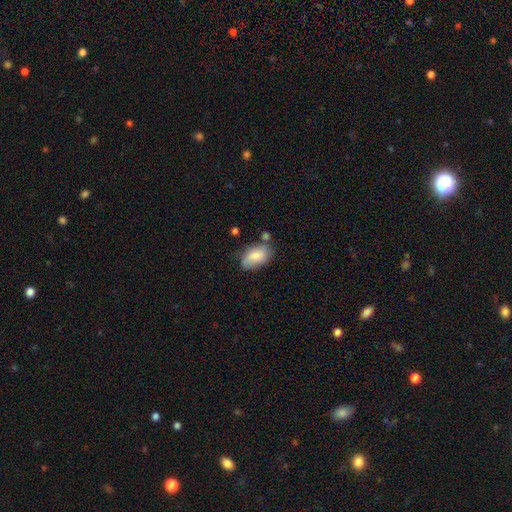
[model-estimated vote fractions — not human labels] Smooth or featured: smooth — 79% (featured or disk — 15%)
How rounded: in between — 92% (round — 6%)
Merging: none — 62% (minor disturbance — 24%)